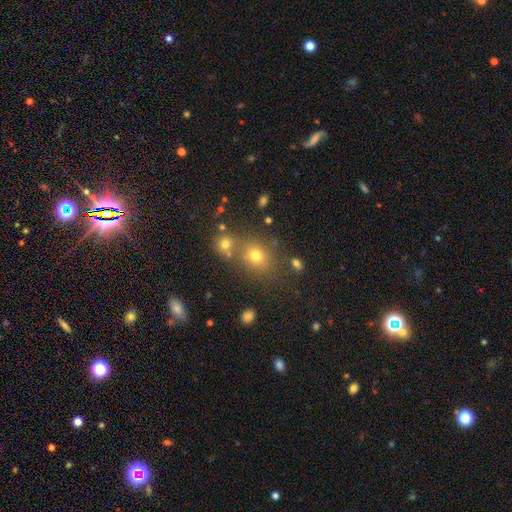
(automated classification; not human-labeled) smooth 69%, star or artifact 20%, featured or disk 11%. Down the decision tree: how rounded — round (63%); merging — none (61%).